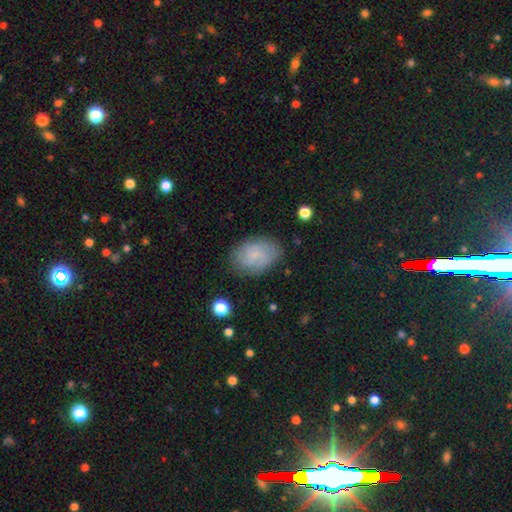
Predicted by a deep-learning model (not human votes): smooth-or-featured: smooth: 49% | featured or disk: 42% | star or artifact: 10%
  merging: none: 77% | minor disturbance: 16% | major disturbance: 5% | merger: 1%